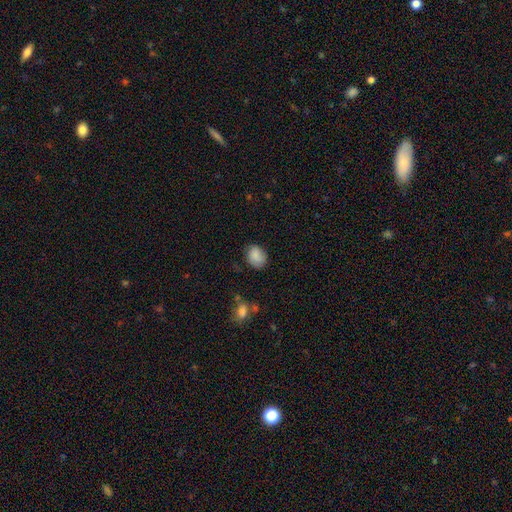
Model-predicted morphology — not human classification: Smooth or featured? smooth (83%)
How rounded? round (51%)
Merging? none (74%)